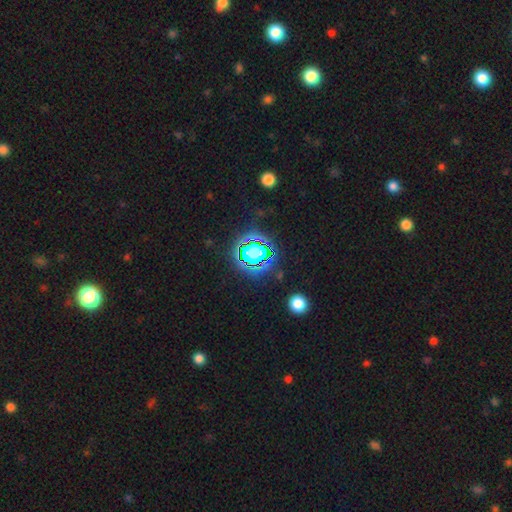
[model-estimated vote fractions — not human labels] Q: Smooth or featured?
A: star or artifact (67%); runner-up: smooth (21%)